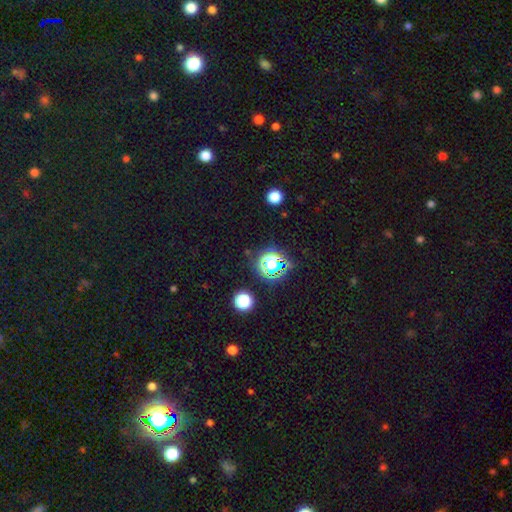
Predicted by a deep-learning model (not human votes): Smooth or featured?
  - star or artifact: 78% *
  - smooth: 15%
  - featured or disk: 7%